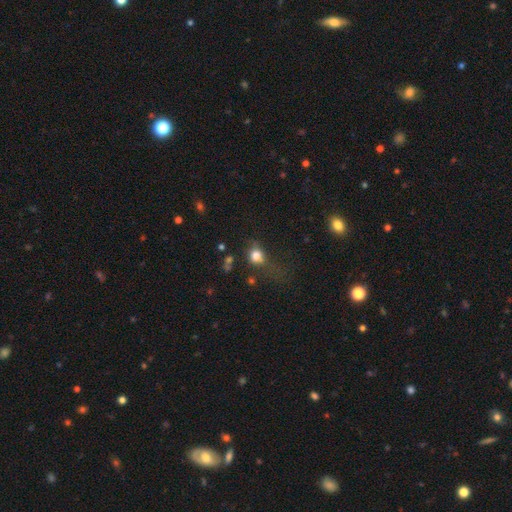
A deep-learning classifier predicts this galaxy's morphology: Smooth or featured?
  - smooth: 77% *
  - star or artifact: 12%
  - featured or disk: 10%
How rounded?
  - round: 71% *
  - in between: 27%
  - cigar-shaped: 2%
Merging?
  - none: 43% *
  - major disturbance: 26%
  - minor disturbance: 23%
  - merger: 7%